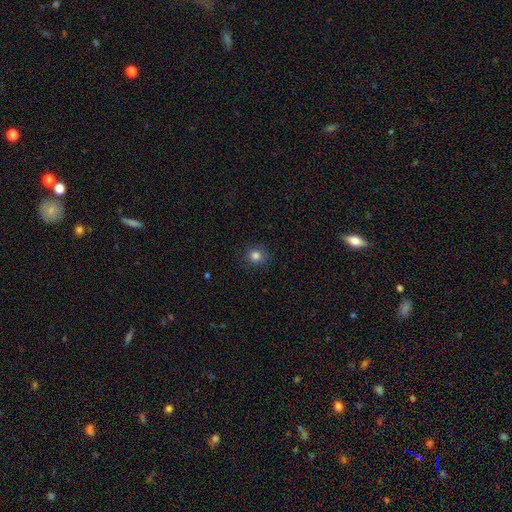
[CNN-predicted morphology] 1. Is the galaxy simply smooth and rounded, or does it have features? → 82% smooth, 12% star or artifact, 6% featured or disk.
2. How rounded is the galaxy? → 87% round, 12% in between, 1% cigar-shaped.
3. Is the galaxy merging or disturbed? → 88% none, 8% minor disturbance, 2% major disturbance, 1% merger.